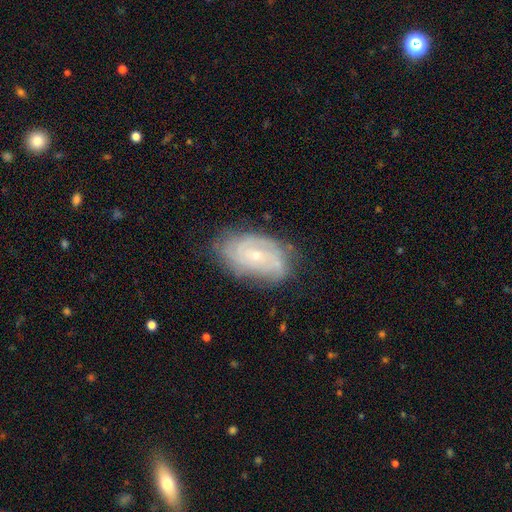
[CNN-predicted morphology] This is likely a featured or disk galaxy (77%). It is clearly not viewed edge-on (95%). Bar: likely no (68%). Spiral arm pattern: clearly yes (92%). Spiral arm count: marginally can't tell (39%). Spiral winding: likely tight (65%). Central bulge: likely small (75%). Merging: likely none (74%).